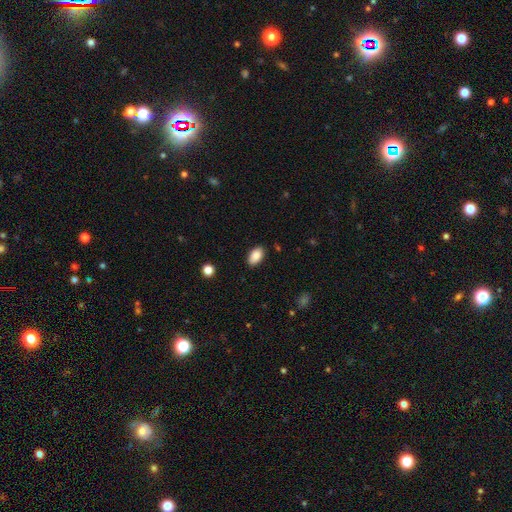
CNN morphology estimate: smooth 88%, star or artifact 8%, featured or disk 4%. Down the decision tree: how rounded — in between (93%); merging — none (87%).